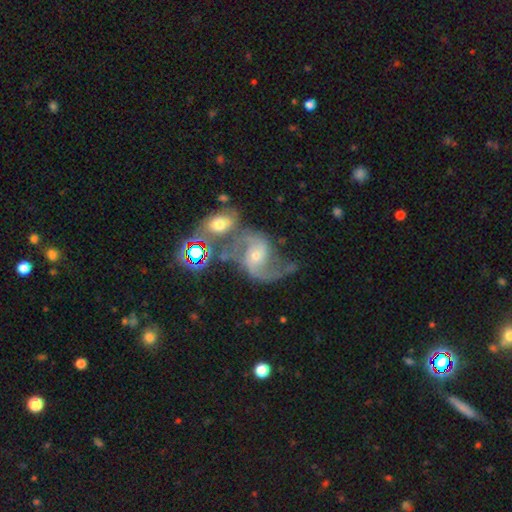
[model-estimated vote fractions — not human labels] featured or disk 84%, star or artifact 9%, smooth 7%. Down the decision tree: edge-on disk — no (97%); bar — no (45%); spiral arms — yes (96%); spiral arm count — 2 (85%); spiral winding — loose (51%); bulge size — small (52%); merging — merger (39%).